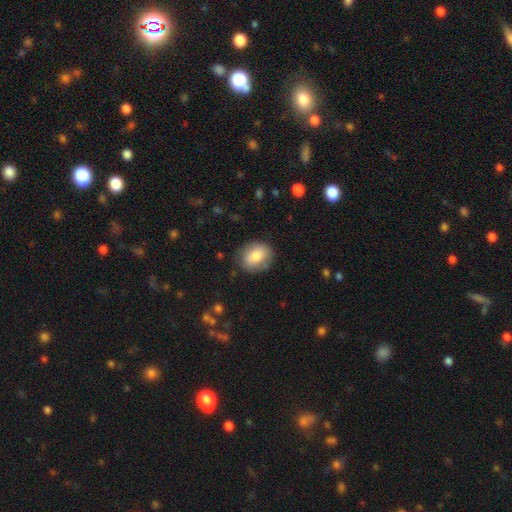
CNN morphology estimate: A smooth galaxy with no disk features (79%) that is round (54%). Merging: none (81%).